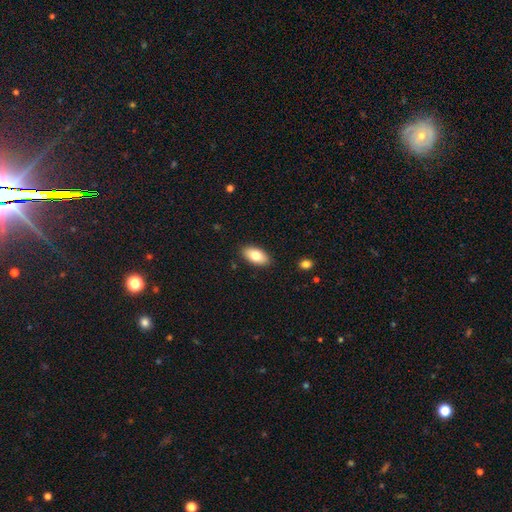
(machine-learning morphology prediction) This is likely a smooth galaxy (78%). How rounded: clearly in between (93%). Merging: clearly none (88%).